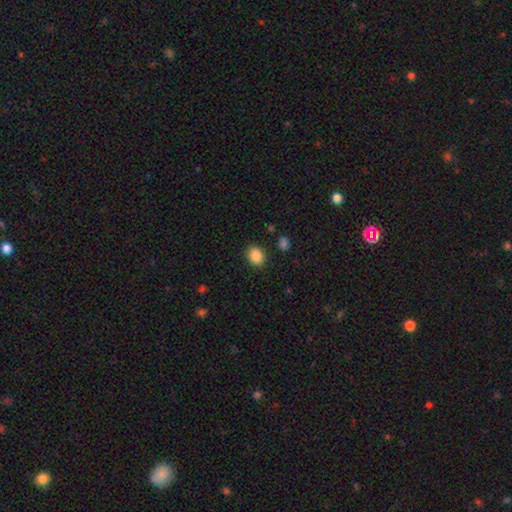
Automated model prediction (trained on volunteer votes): A smooth galaxy with no disk features (87%) that is in between round and cigar-shaped (50%). Merging: none (87%).